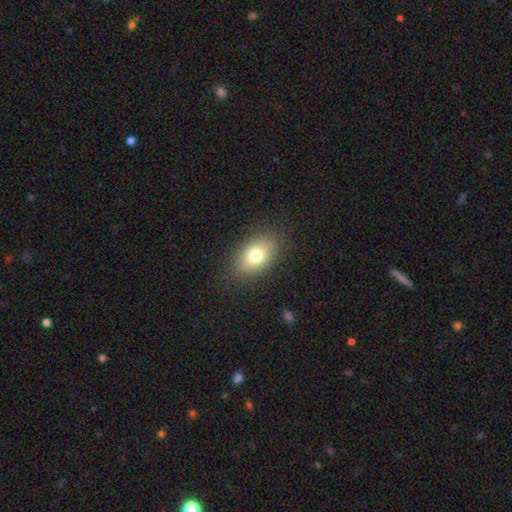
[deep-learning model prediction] Smooth or featured? smooth (76%)
How rounded? in between (84%)
Merging? none (85%)